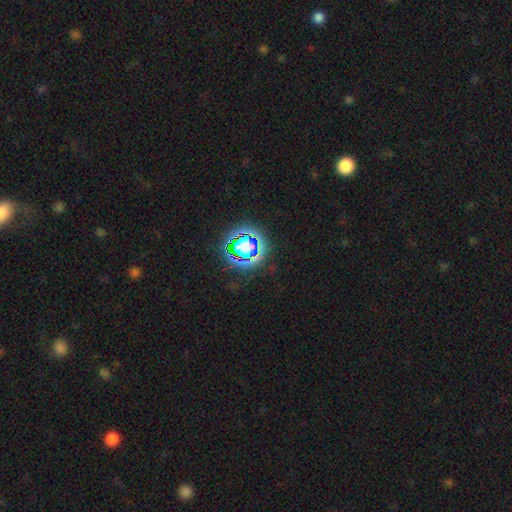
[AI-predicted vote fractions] The model was most divided on "smooth or featured": star or artifact: 79%, smooth: 14%, featured or disk: 7%.